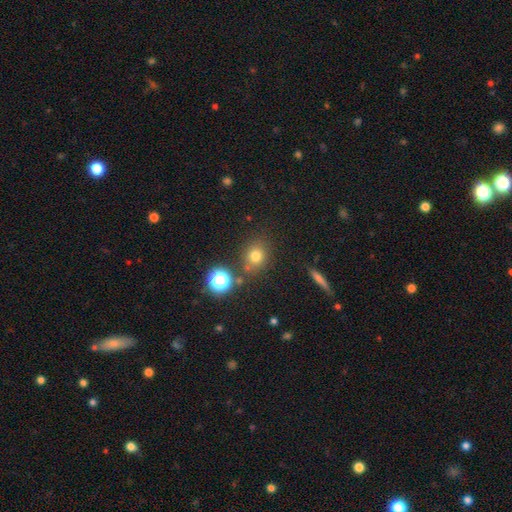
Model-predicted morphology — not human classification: The model was most divided on "how rounded": round: 76%, in between: 23%, cigar-shaped: 1%. More confident: merging — none (76%); smooth or featured — smooth (72%).